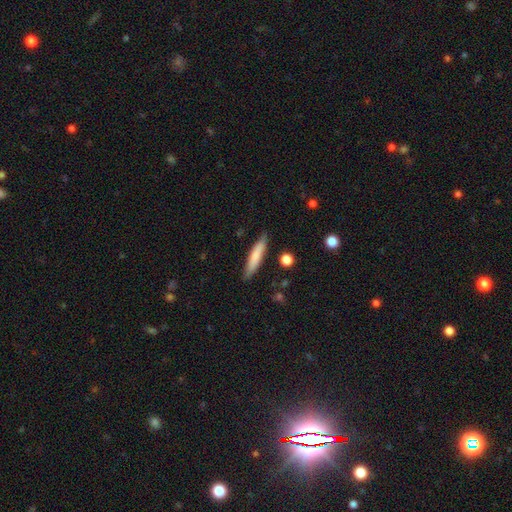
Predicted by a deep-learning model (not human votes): Smooth or featured? Predicted: smooth (p=0.74). How rounded? Predicted: cigar-shaped (p=0.88). Merging? Predicted: none (p=0.84).